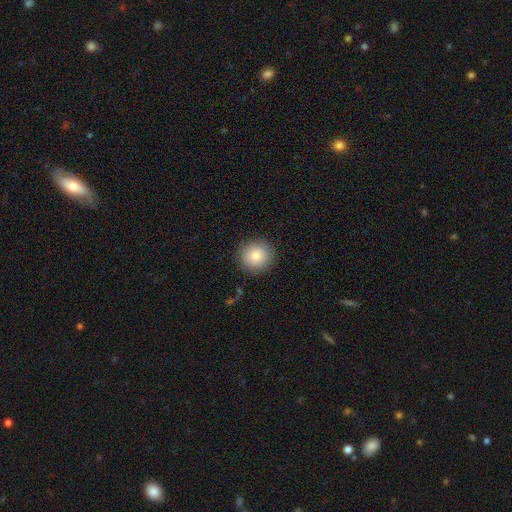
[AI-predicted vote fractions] smooth-or-featured: smooth: 82% | star or artifact: 9% | featured or disk: 8%
  how-rounded: round: 92% | in between: 7% | cigar-shaped: 1%
  merging: none: 89% | minor disturbance: 7% | major disturbance: 3% | merger: 1%